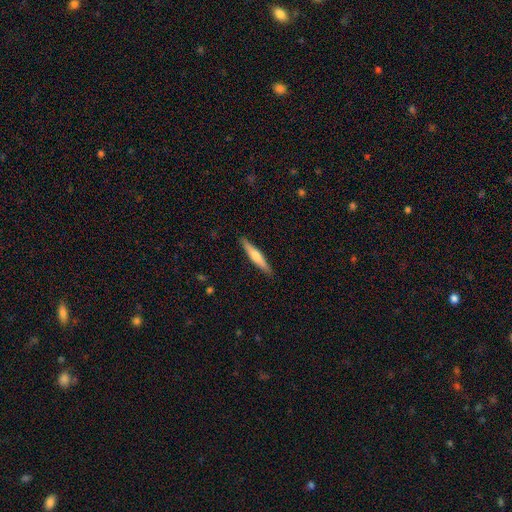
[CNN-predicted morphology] This appears to be a smooth galaxy with no disk features (51%) that is cigar-shaped (90%). Merging: none (90%).